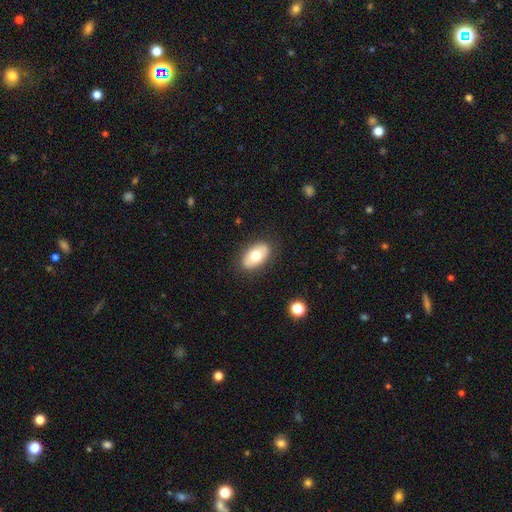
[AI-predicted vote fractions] smooth-or-featured: smooth: 69% | featured or disk: 24% | star or artifact: 7%
  how-rounded: in between: 92% | round: 6% | cigar-shaped: 2%
  merging: none: 85% | minor disturbance: 11% | major disturbance: 3% | merger: 1%